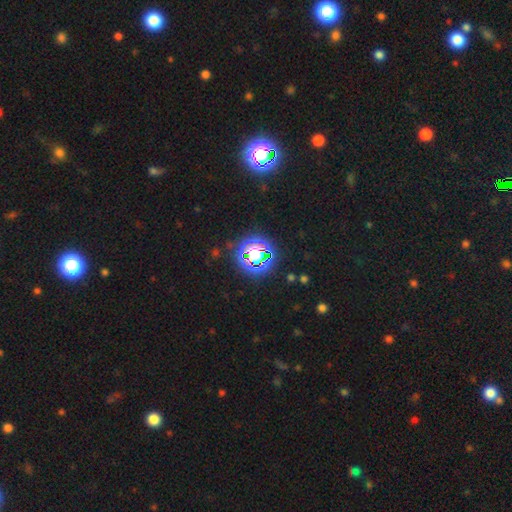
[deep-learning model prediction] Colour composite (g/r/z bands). It shows a star or artifact, not a galaxy (65%).